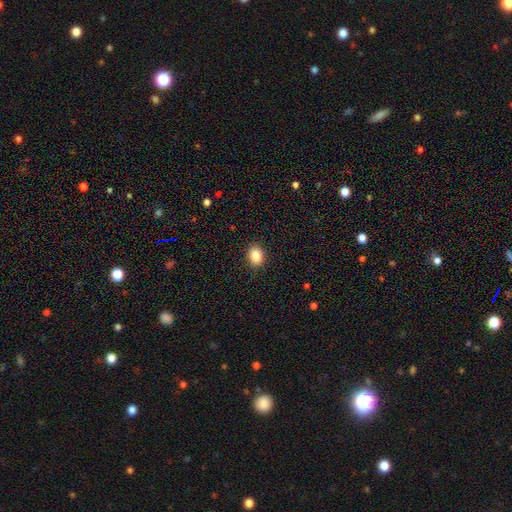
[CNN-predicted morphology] A smooth galaxy with no disk features (86%) that is in between round and cigar-shaped (58%).

Vote fractions:
- Smooth or featured? smooth: 86% / star or artifact: 9% / featured or disk: 5%
- How rounded? in between: 58% / round: 41% / cigar-shaped: 1%
- Merging? none: 90% / minor disturbance: 7% / major disturbance: 2% / merger: 1%